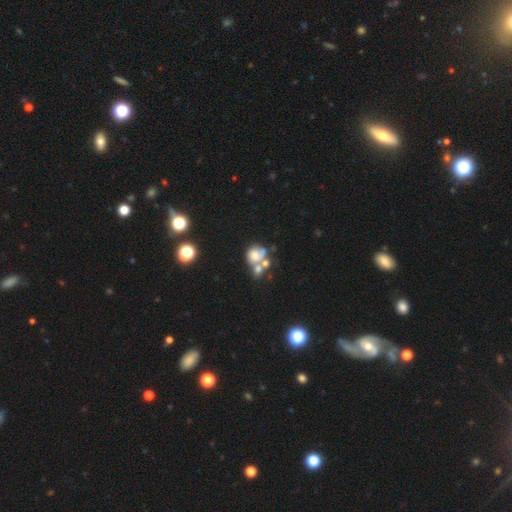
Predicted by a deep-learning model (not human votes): Smooth or featured? Predicted: smooth (p=0.51). How rounded? Predicted: round (p=0.70). Merging? Predicted: merger (p=0.55).